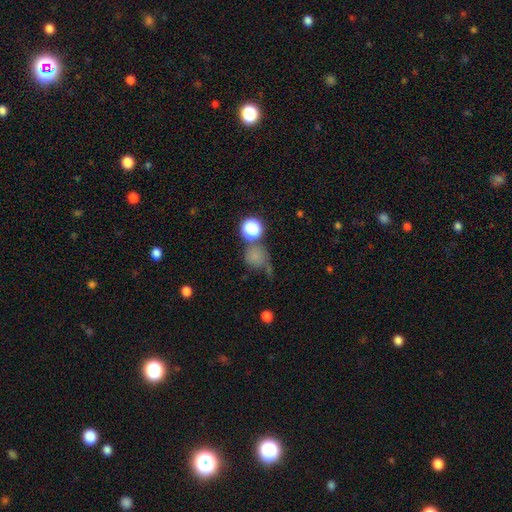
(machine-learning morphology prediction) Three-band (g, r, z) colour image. It shows a smooth galaxy with no disk features (71%) that is round (82%). Merging: none (47%).